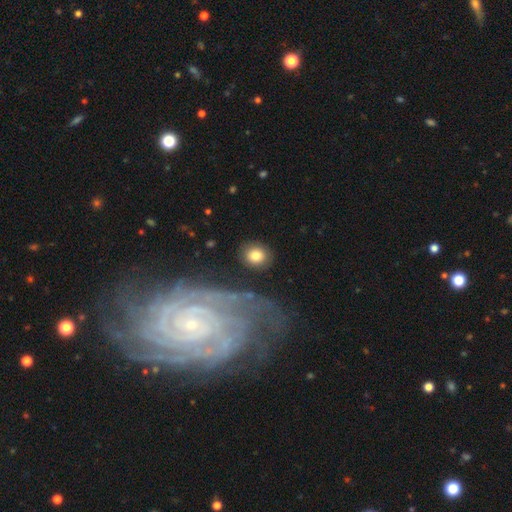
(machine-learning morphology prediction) Smooth or featured? Predicted: smooth (p=0.81). How rounded? Predicted: round (p=0.74). Merging? Predicted: none (p=0.85).